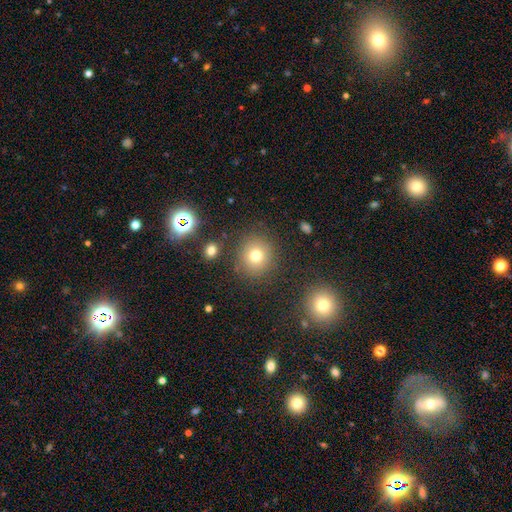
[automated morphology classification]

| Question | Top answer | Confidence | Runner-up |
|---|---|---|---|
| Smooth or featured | smooth | 74% | star or artifact (16%) |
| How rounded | round | 88% | in between (11%) |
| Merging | none | 85% | minor disturbance (8%) |